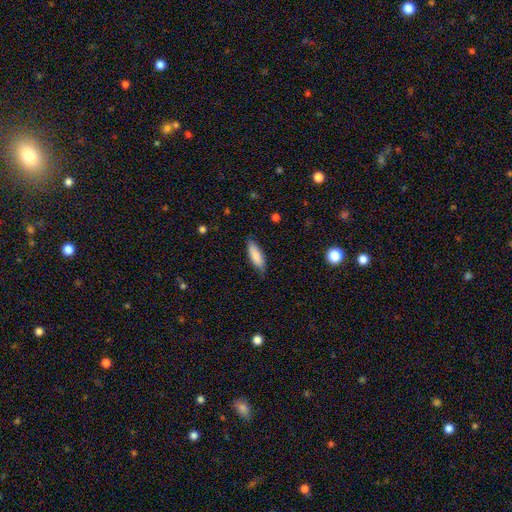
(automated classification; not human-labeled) A smooth galaxy with no disk features (85%) that is in between round and cigar-shaped (60%). Merging: none (78%).